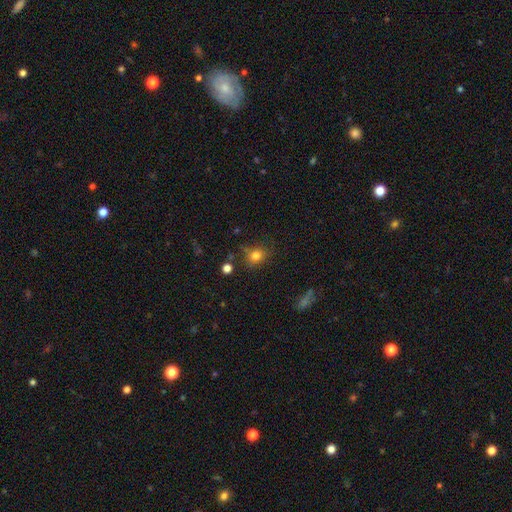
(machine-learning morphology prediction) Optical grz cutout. It shows a smooth galaxy with no disk features (80%) that is round (68%). Merging: none (77%).